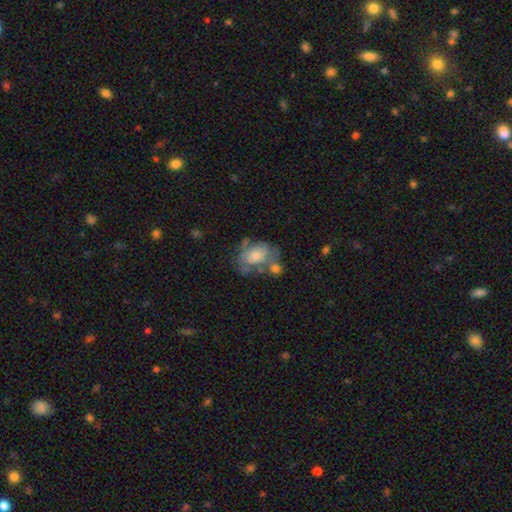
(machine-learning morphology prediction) Smooth or featured?
  - smooth: 54% *
  - featured or disk: 37%
  - star or artifact: 9%
How rounded?
  - in between: 74% *
  - round: 25%
  - cigar-shaped: 1%
Merging?
  - none: 36% *
  - merger: 25%
  - minor disturbance: 23%
  - major disturbance: 16%